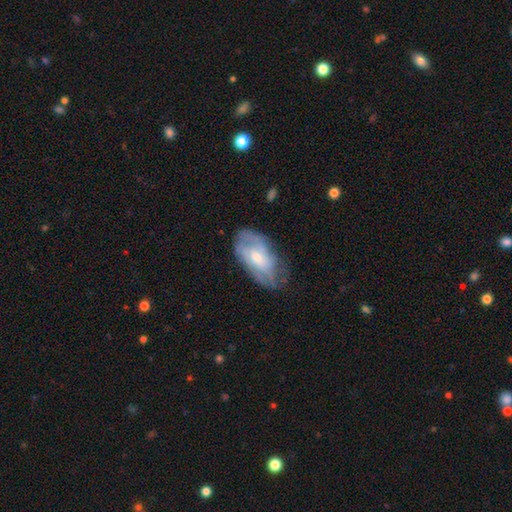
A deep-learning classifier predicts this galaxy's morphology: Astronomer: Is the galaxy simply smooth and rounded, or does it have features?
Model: featured or disk — 62%.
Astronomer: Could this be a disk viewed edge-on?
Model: no — 92%.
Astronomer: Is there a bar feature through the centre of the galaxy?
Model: no — 63%.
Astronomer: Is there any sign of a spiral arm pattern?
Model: yes — 77%.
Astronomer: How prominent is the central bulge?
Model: moderate — 47% (runner-up: small, 44%).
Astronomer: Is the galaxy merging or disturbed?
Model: none — 64%.